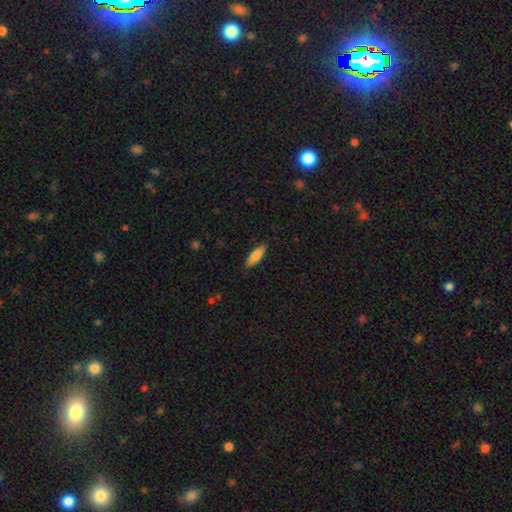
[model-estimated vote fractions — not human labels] smooth_or_featured: smooth (p=0.79) [alt: featured or disk p=0.15]
how_rounded: in between (p=0.49) [tied with: cigar-shaped p=0.49]
merging: none (p=0.87) [alt: minor disturbance p=0.10]